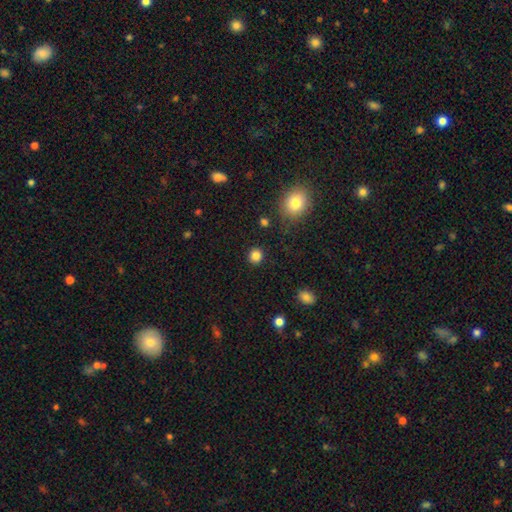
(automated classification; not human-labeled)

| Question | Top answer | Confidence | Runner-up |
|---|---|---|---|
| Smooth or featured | smooth | 84% | star or artifact (12%) |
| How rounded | round | 89% | in between (10%) |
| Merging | none | 91% | minor disturbance (6%) |